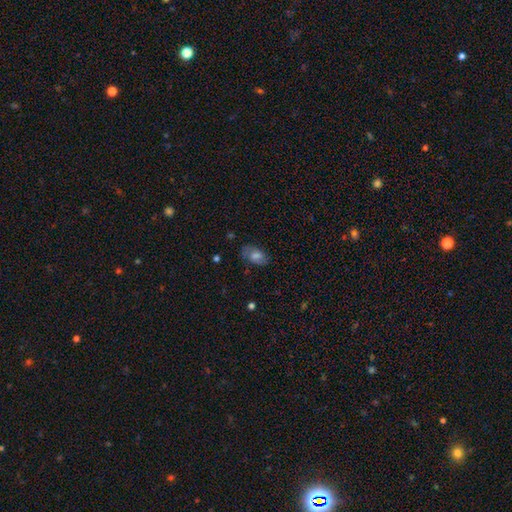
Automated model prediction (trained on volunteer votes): smooth 61%, featured or disk 28%, star or artifact 11%. Down the decision tree: how rounded — in between (89%); merging — none (70%).